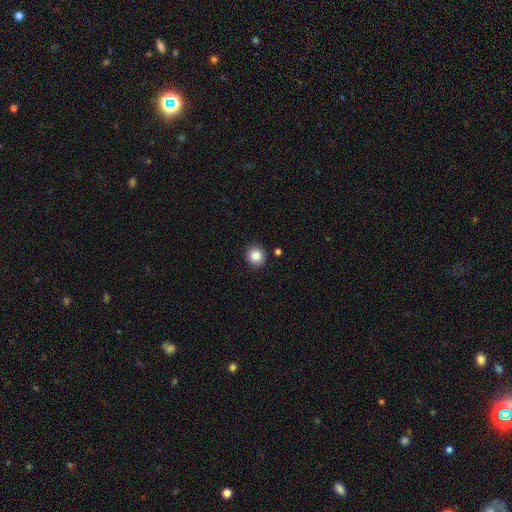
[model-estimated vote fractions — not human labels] smooth_or_featured: smooth (p=0.86) [alt: star or artifact p=0.10]
how_rounded: round (p=0.91) [alt: in between p=0.08]
merging: none (p=0.90) [alt: minor disturbance p=0.06]